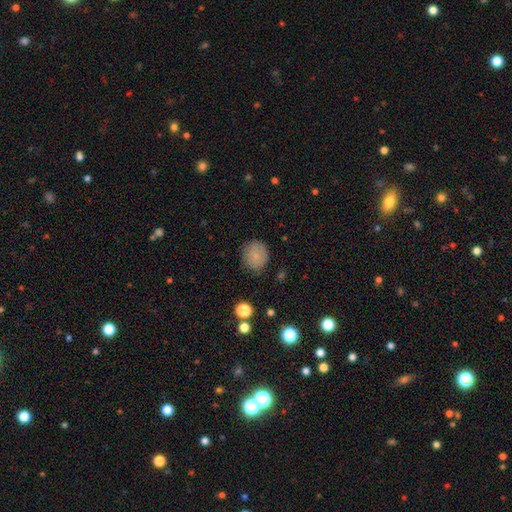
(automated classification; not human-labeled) This appears to be a smooth galaxy with no disk features (78%) that is round (78%). Merging: none (82%).